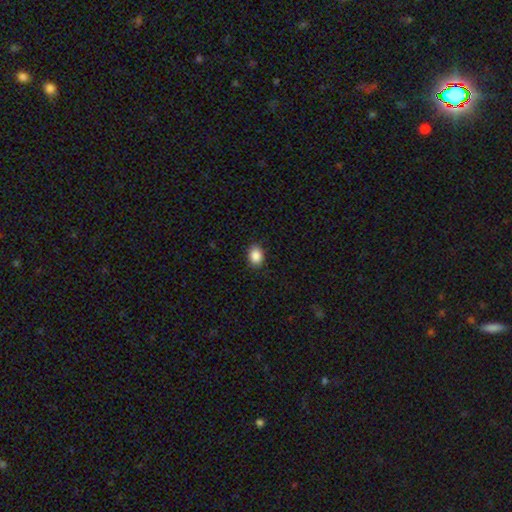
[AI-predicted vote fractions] Q: Smooth or featured?
A: smooth (88%); runner-up: star or artifact (8%)
Q: How rounded?
A: in between (67%); runner-up: round (32%)
Q: Merging?
A: none (88%); runner-up: minor disturbance (9%)